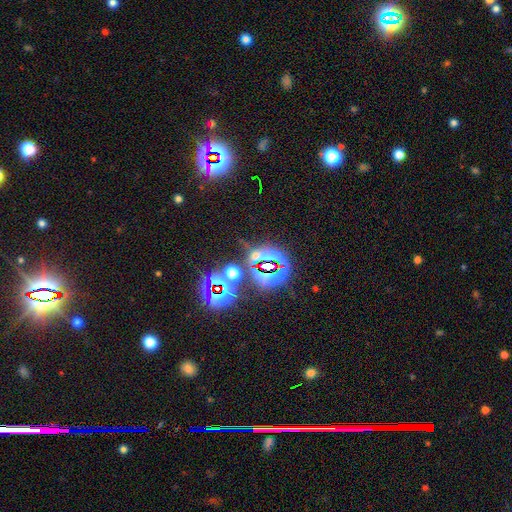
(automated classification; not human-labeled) This is likely a star or artifact rather than a galaxy (72%).